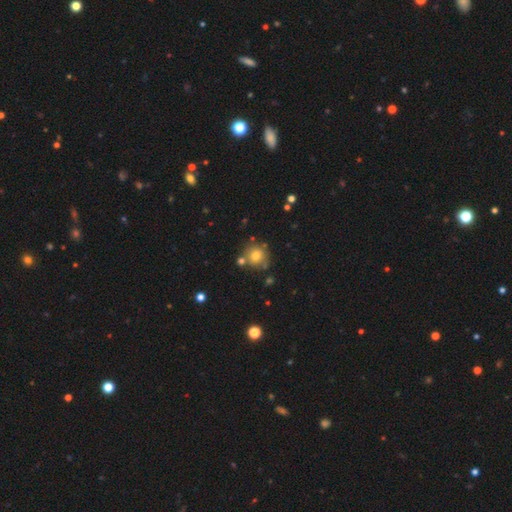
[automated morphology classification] The model was most divided on "merging": none: 70%, merger: 13%, minor disturbance: 13%, major disturbance: 4%. More confident: how rounded — round (90%); smooth or featured — smooth (74%).